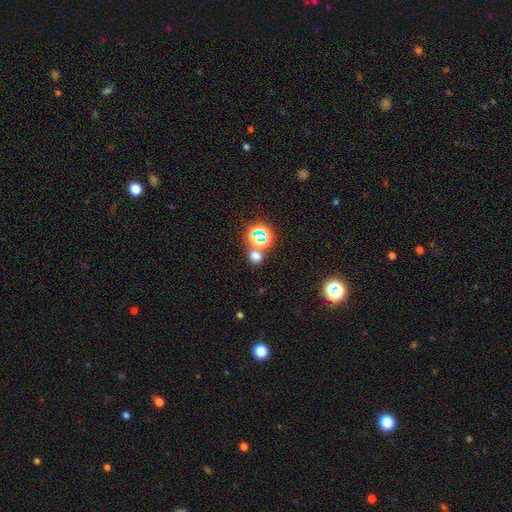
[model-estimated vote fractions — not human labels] A smooth galaxy with no disk features (60%) that is round (81%). Merging: none (69%).